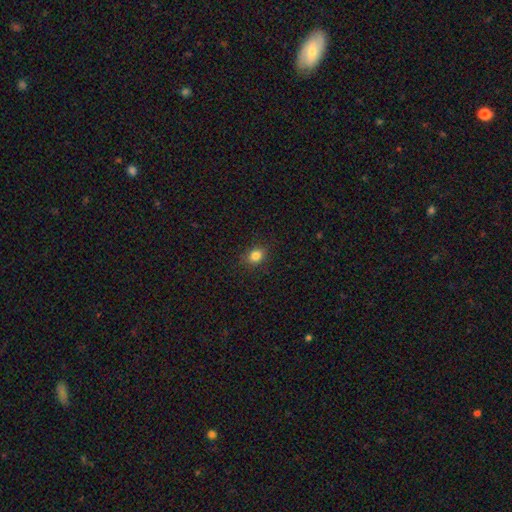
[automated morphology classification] This appears to be a smooth galaxy with no disk features (83%) that is round (53%). Merging: none (86%).